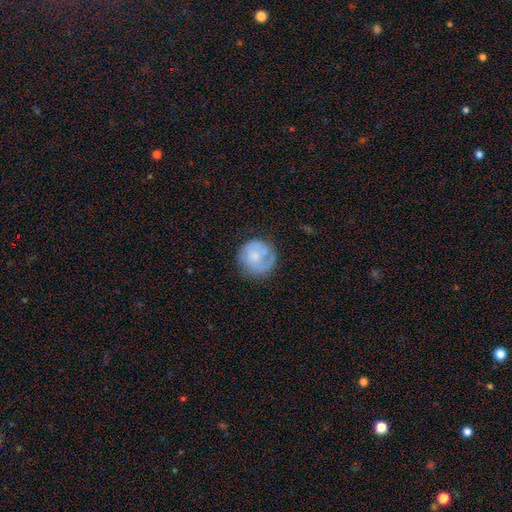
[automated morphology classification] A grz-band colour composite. It shows a smooth galaxy with no disk features (54%) that is round (92%). Merging: none (67%).